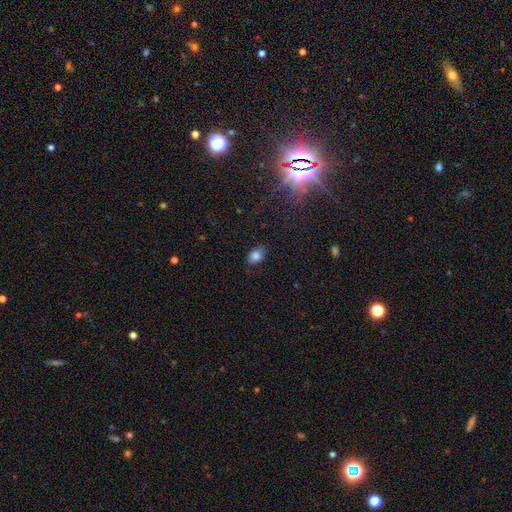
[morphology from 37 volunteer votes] A smooth galaxy with no disk features (84%) that is in between round and cigar-shaped (87%). Merging: none (75%).